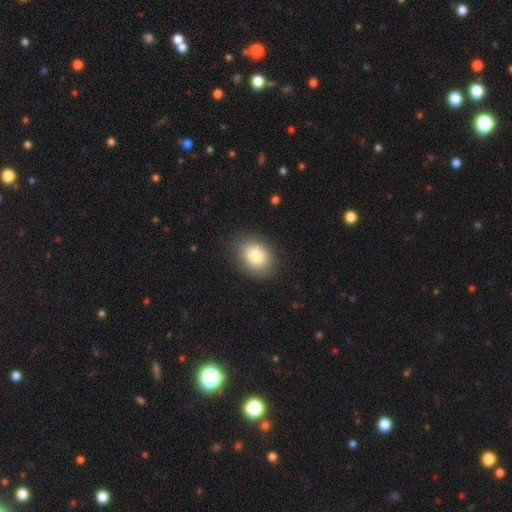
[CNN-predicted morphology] Smooth or featured? smooth (79%)
How rounded? in between (62%)
Merging? none (82%)